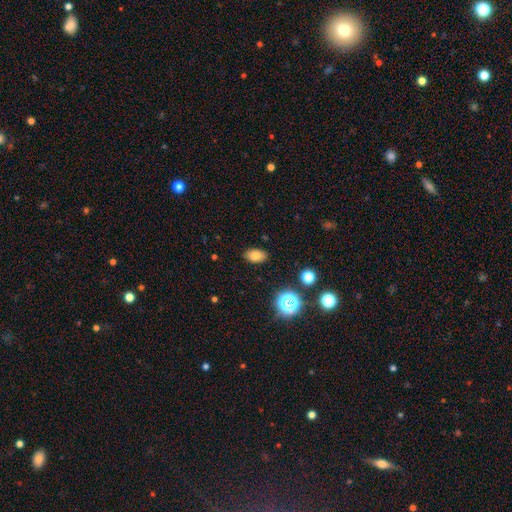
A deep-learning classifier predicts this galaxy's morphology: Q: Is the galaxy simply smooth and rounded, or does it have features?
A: smooth — 76%.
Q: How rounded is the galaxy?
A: in between — 87%.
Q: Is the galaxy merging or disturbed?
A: none — 86%.